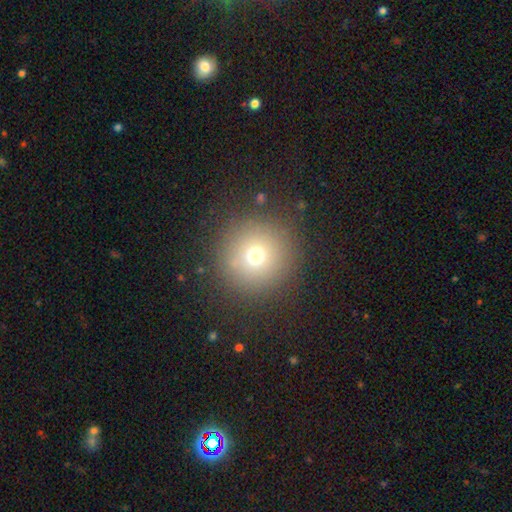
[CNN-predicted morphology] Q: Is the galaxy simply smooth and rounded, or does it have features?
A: smooth — 70%.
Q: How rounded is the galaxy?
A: round — 96%.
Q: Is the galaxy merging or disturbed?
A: none — 88%.